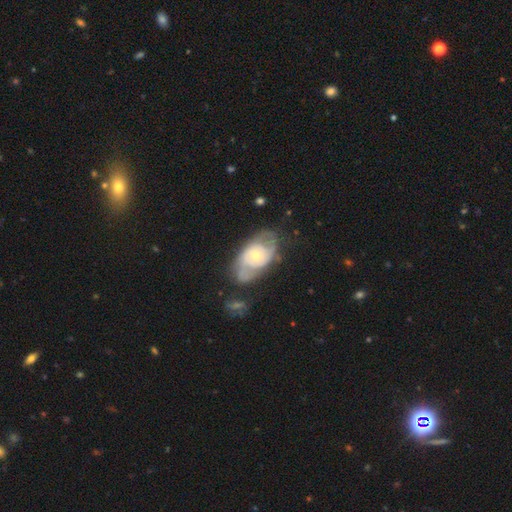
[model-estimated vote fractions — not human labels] The model was most divided on "bulge size": small: 51%, moderate: 44%, large: 3%, none: 1%, dominant: 1%. More confident: edge-on disk — no (95%); spiral arms — yes (87%); smooth or featured — featured or disk (77%); bar — no (65%); spiral arm count — 2 (60%); merging — none (58%); spiral winding — tight (51%).